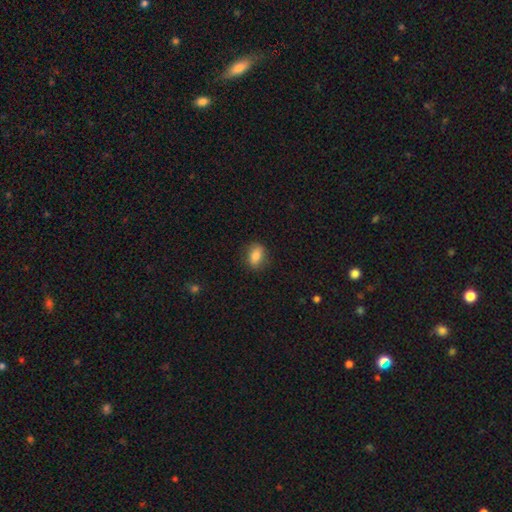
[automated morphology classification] type=smooth (82%); roundness=in between (76%); merging=none (85%).